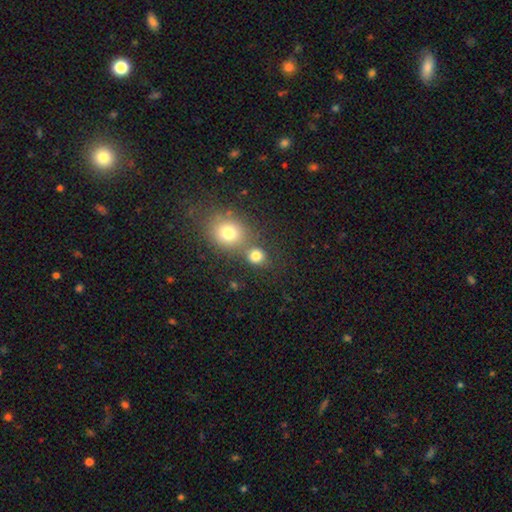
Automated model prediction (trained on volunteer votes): A smooth galaxy with no disk features (79%) that is round (77%). Merging: none (56%).